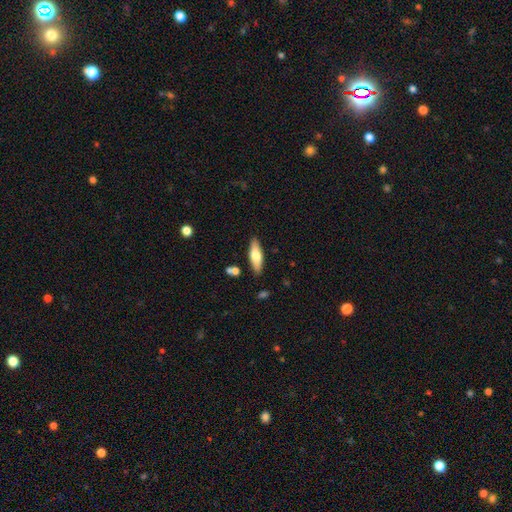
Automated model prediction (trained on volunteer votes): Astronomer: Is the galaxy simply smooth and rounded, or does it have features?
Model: smooth — 65%.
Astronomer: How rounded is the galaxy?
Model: in between — 53% (runner-up: cigar-shaped, 45%).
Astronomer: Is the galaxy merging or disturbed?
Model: none — 86%.